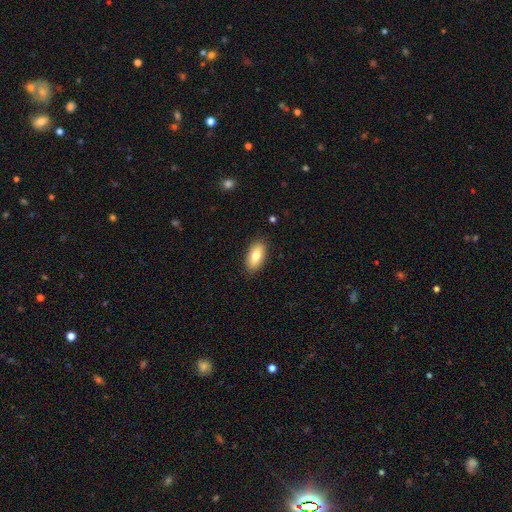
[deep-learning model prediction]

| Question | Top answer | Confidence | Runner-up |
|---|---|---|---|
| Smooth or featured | smooth | 79% | featured or disk (15%) |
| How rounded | in between | 91% | cigar-shaped (6%) |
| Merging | none | 87% | minor disturbance (9%) |